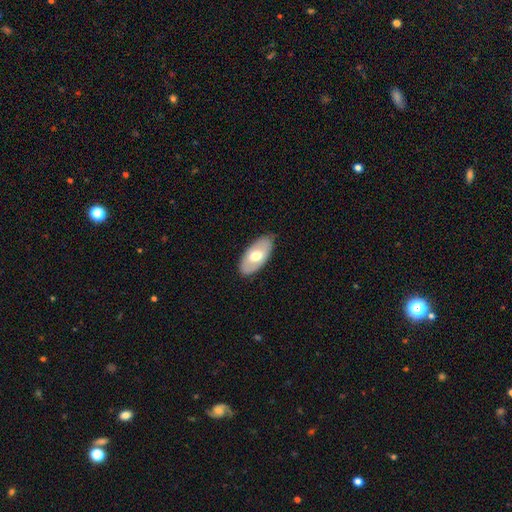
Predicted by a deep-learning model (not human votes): Smooth or featured? Predicted: smooth (p=0.59). How rounded? Predicted: in between (p=0.94). Merging? Predicted: none (p=0.82).